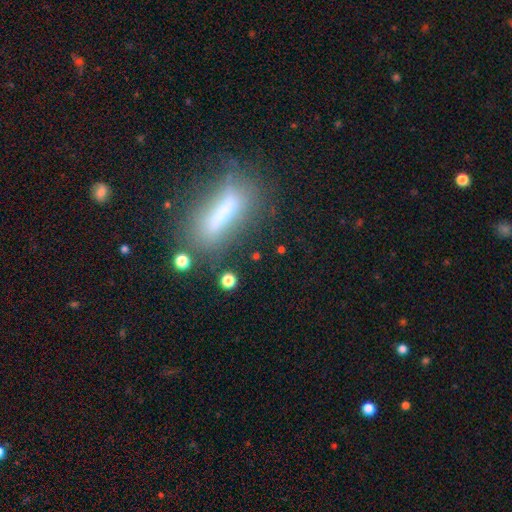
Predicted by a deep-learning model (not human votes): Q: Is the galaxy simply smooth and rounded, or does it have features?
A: smooth — 53%.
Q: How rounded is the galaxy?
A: cigar-shaped — 65%.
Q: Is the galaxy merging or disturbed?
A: none — 61%.